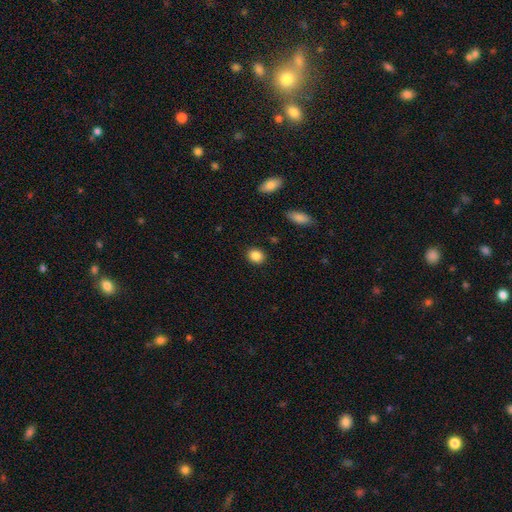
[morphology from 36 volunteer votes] Smooth or featured: smooth — 94% (featured or disk — 3%)
How rounded: round — 82% (in between — 18%)
Merging: none — 100%